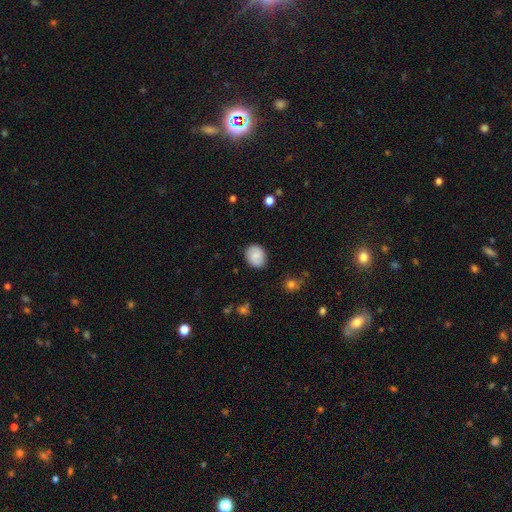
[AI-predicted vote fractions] This appears to be a smooth galaxy with no disk features (77%) that is round (51%). Merging: none (85%).